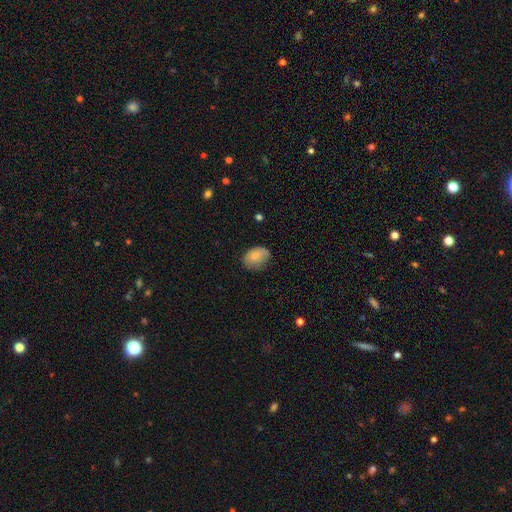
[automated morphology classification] Q: Smooth or featured?
A: smooth (81%); runner-up: featured or disk (11%)
Q: How rounded?
A: in between (76%); runner-up: round (23%)
Q: Merging?
A: none (63%); runner-up: minor disturbance (28%)